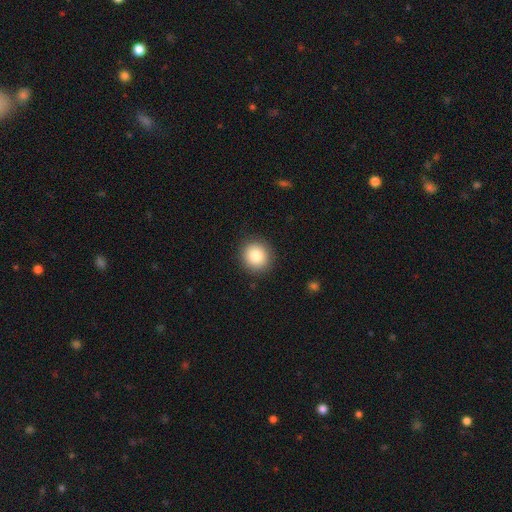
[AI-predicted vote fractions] A smooth galaxy with no disk features (85%) that is round (87%). Merging: none (90%).